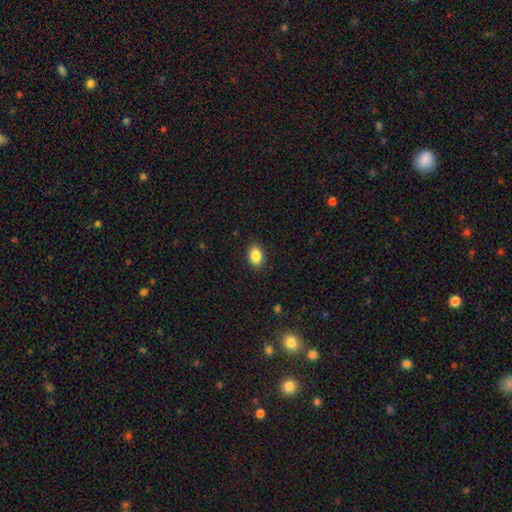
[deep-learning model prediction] Overall: smooth (87%). How rounded: in between (82%). Merging: none (89%).